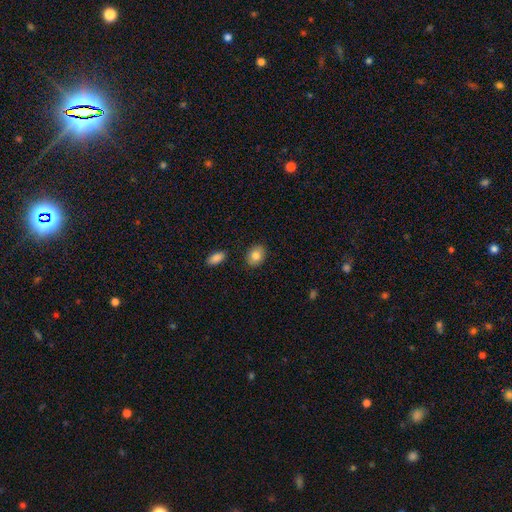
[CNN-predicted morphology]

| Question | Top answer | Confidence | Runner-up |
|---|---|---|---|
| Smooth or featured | smooth | 84% | featured or disk (8%) |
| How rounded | in between | 55% | round (44%) |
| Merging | none | 87% | minor disturbance (9%) |